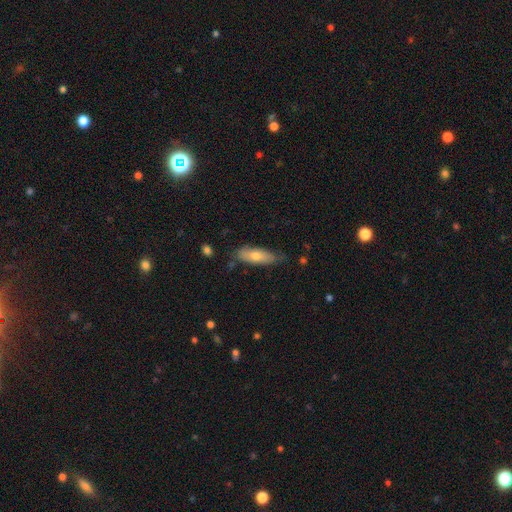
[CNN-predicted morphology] Smooth or featured: smooth — 65% (featured or disk — 28%)
How rounded: in between — 53% (cigar-shaped — 45%)
Merging: none — 69% (minor disturbance — 24%)